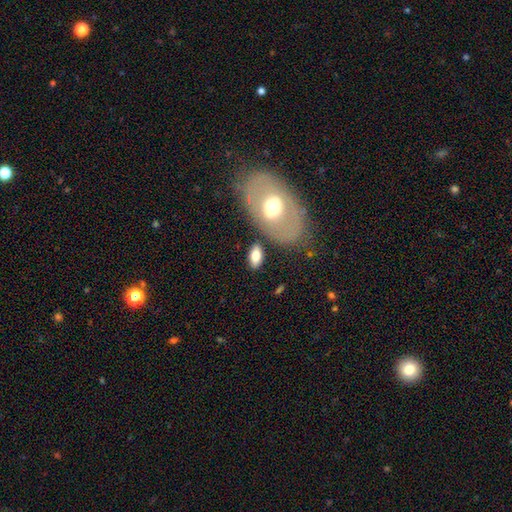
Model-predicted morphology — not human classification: smooth-or-featured: smooth: 69% | featured or disk: 23% | star or artifact: 7%
  how-rounded: in between: 89% | round: 6% | cigar-shaped: 5%
  merging: none: 74% | minor disturbance: 13% | merger: 8% | major disturbance: 5%